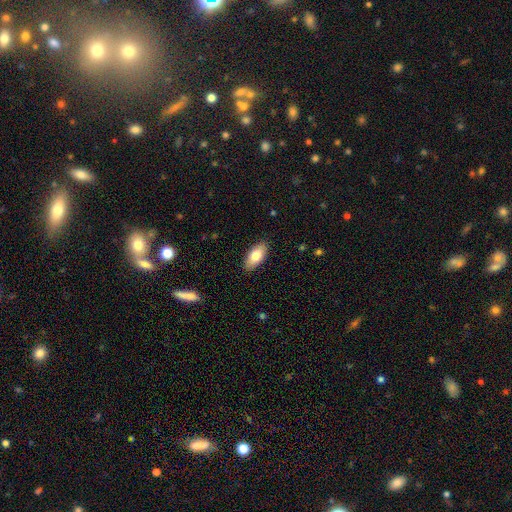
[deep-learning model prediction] A smooth galaxy with no disk features (78%) that is in between round and cigar-shaped (90%). Merging: none (88%).